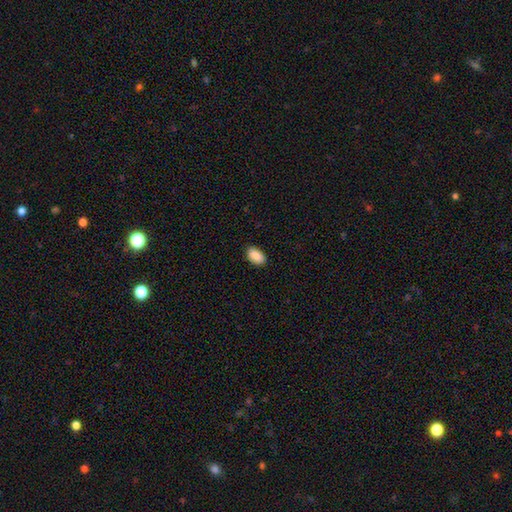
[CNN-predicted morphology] Smooth or featured? Predicted: smooth (p=0.89). How rounded? Predicted: in between (p=0.92). Merging? Predicted: none (p=0.88).